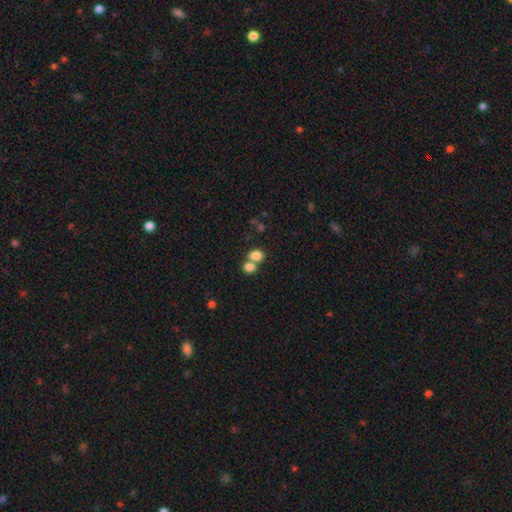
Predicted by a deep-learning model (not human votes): This appears to be a smooth galaxy with no disk features (81%) that is in between round and cigar-shaped (60%). Merging: merger (52%).